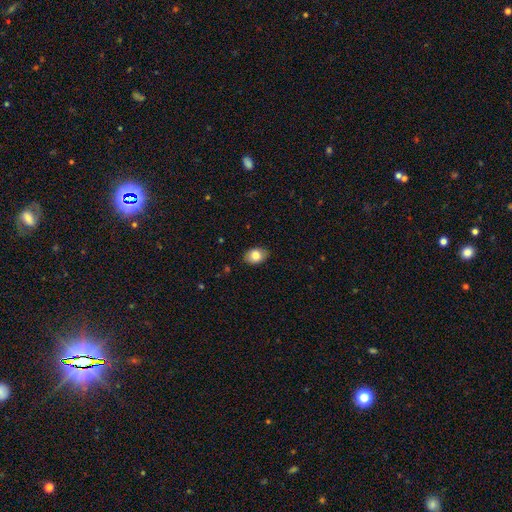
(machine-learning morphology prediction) The model was most divided on "how rounded": in between: 76%, round: 23%, cigar-shaped: 1%. More confident: merging — none (86%); smooth or featured — smooth (83%).